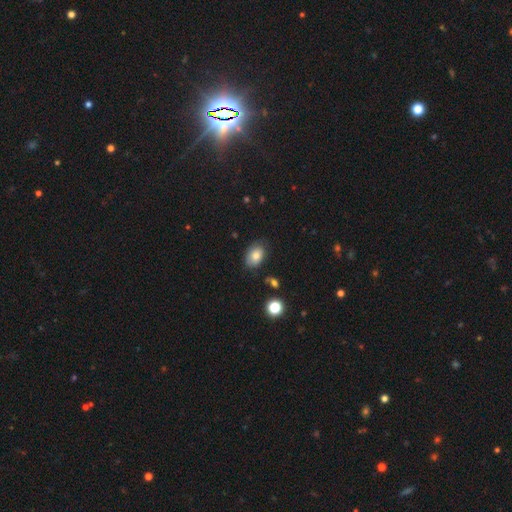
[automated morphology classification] This is likely a smooth galaxy (77%). How rounded: clearly in between (85%). Merging: likely none (73%).